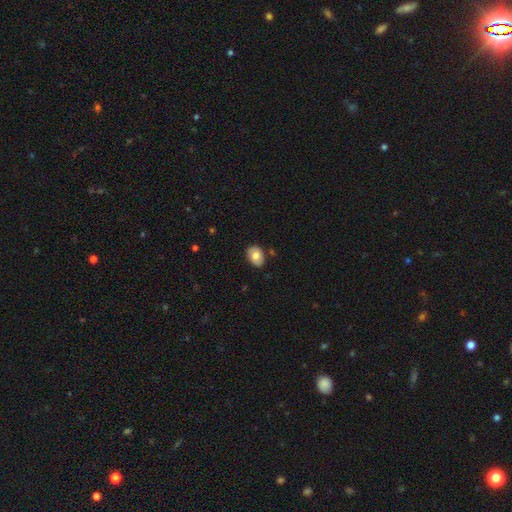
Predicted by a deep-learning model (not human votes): Overall: smooth (76%). How rounded: in between (76%). Merging: none (82%).